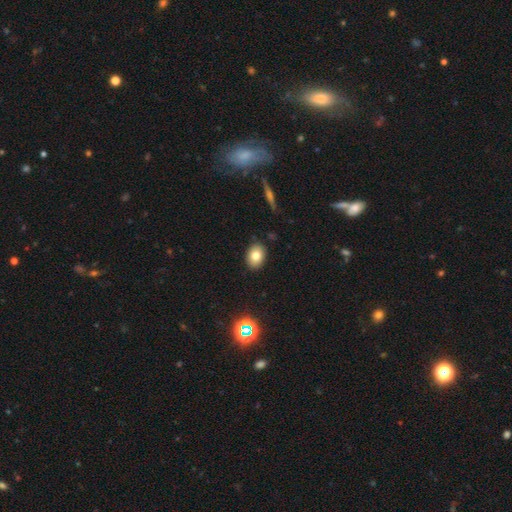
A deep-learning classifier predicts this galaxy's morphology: A smooth galaxy with no disk features (78%) that is in between round and cigar-shaped (72%).

Vote fractions:
- Smooth or featured? smooth: 78% / featured or disk: 11% / star or artifact: 11%
- How rounded? in between: 72% / round: 27% / cigar-shaped: 1%
- Merging? none: 87% / minor disturbance: 9% / major disturbance: 2% / merger: 1%